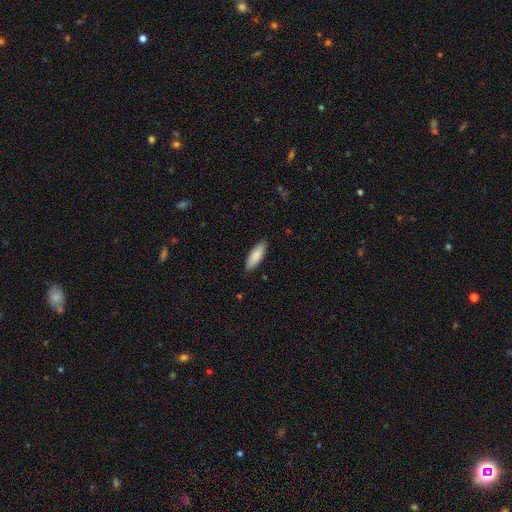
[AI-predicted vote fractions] Smooth or featured? Predicted: smooth (p=0.88). How rounded? Predicted: in between (p=0.60). Merging? Predicted: none (p=0.88).